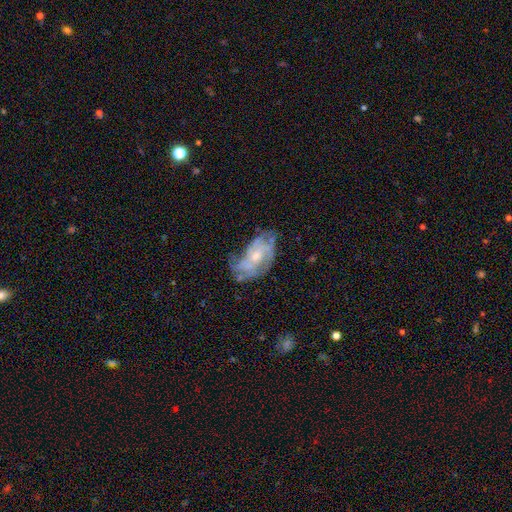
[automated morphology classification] smooth_or_featured: featured or disk (p=0.78) [alt: smooth p=0.15]
disk_edge_on: no (p=0.96) [alt: yes p=0.04]
bar: no (p=0.71) [alt: weak p=0.25]
has_spiral_arms: yes (p=0.84) [alt: no p=0.16]
spiral_winding: tight (p=0.42) [alt: medium p=0.40]
spiral_arm_count: can't tell (p=0.38) [alt: 3 p=0.21]
bulge_size: moderate (p=0.54) [alt: small p=0.38]
merging: none (p=0.52) [alt: minor disturbance p=0.27]